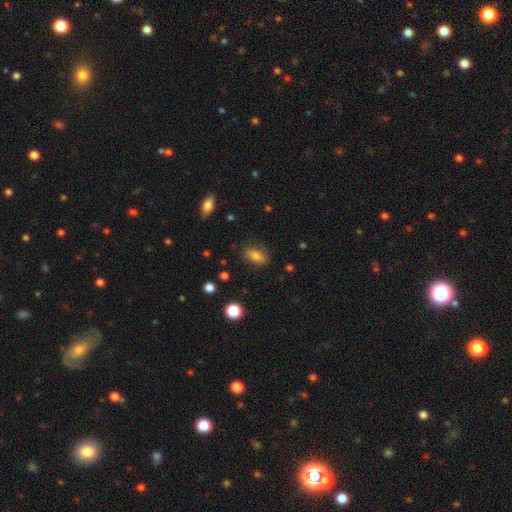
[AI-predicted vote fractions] smooth-or-featured: smooth: 80% | featured or disk: 10% | star or artifact: 10%
  how-rounded: in between: 85% | round: 8% | cigar-shaped: 6%
  merging: none: 79% | minor disturbance: 15% | major disturbance: 4% | merger: 2%